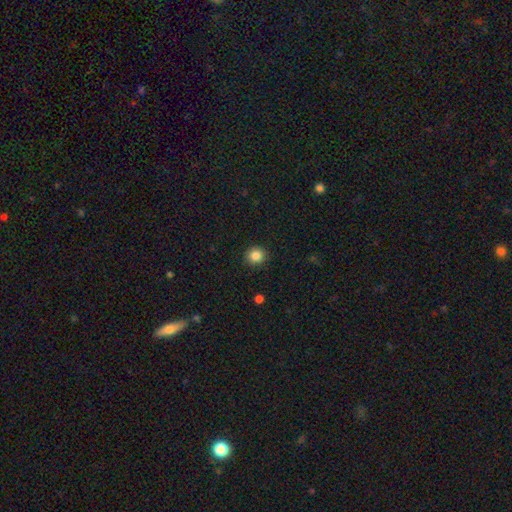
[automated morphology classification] Q: Smooth or featured?
A: smooth (85%); runner-up: star or artifact (11%)
Q: How rounded?
A: round (87%); runner-up: in between (12%)
Q: Merging?
A: none (90%); runner-up: minor disturbance (7%)